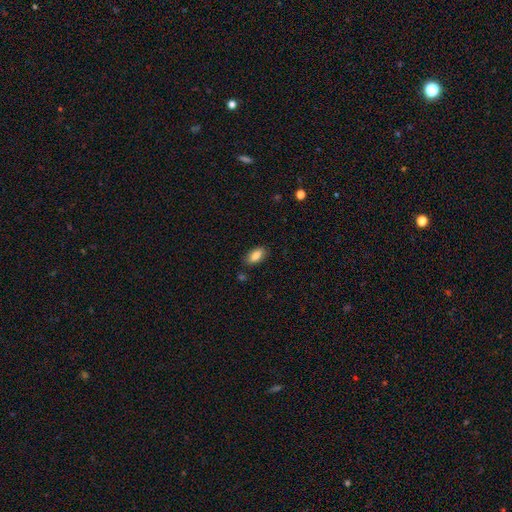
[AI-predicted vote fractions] smooth 85%, featured or disk 7%, star or artifact 7%. Down the decision tree: how rounded — in between (90%); merging — none (85%).